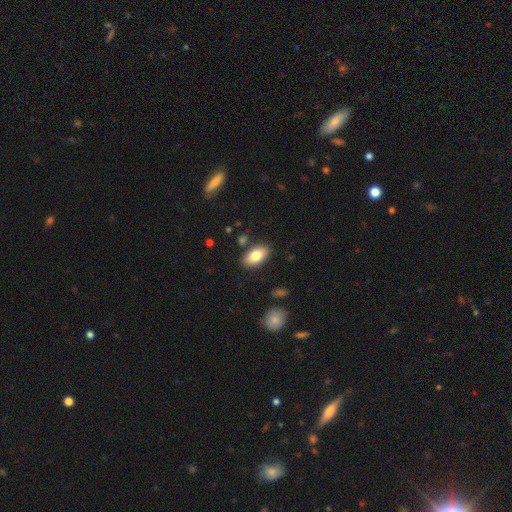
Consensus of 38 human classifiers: Smooth or featured? 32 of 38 (84%) said smooth. How rounded? 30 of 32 (94%) said in between. Merging? 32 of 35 (91%) said none.